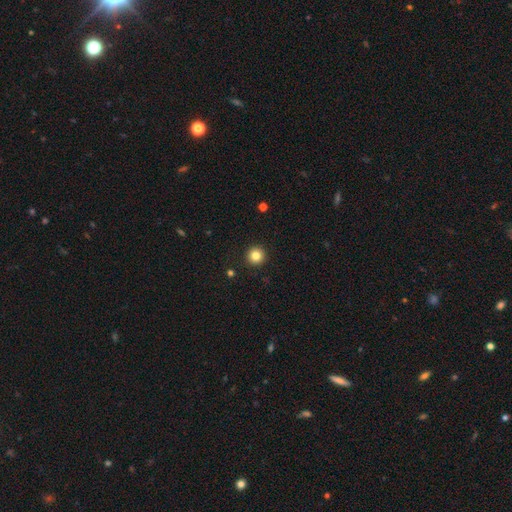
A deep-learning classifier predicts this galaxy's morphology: Q: Smooth or featured?
A: smooth (83%); runner-up: star or artifact (11%)
Q: How rounded?
A: round (96%); runner-up: in between (3%)
Q: Merging?
A: none (93%); runner-up: minor disturbance (4%)